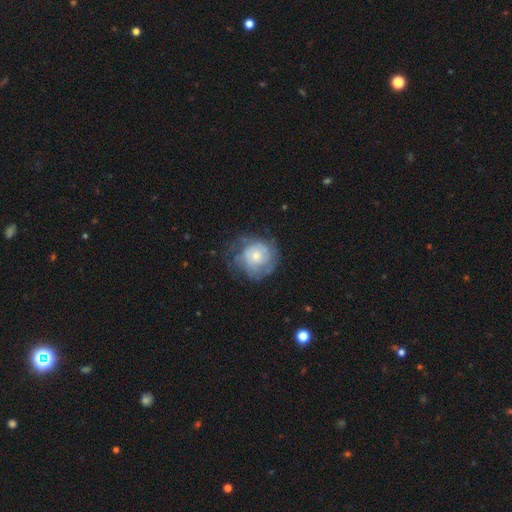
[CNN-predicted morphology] Smooth or featured? Predicted: featured or disk (p=0.57). Edge-on disk? Predicted: no (p=0.97). Bar? Predicted: no (p=0.83). Spiral arms? Predicted: yes (p=0.70). Bulge size? Predicted: small (p=0.50). Merging? Predicted: none (p=0.57).